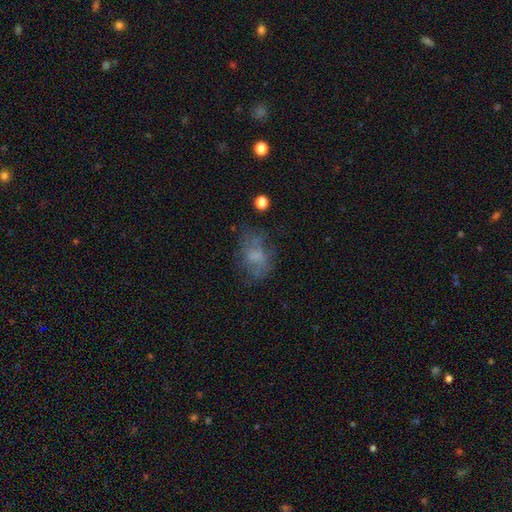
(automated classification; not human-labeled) Morphology: type=smooth (46%); merging=none (50%).